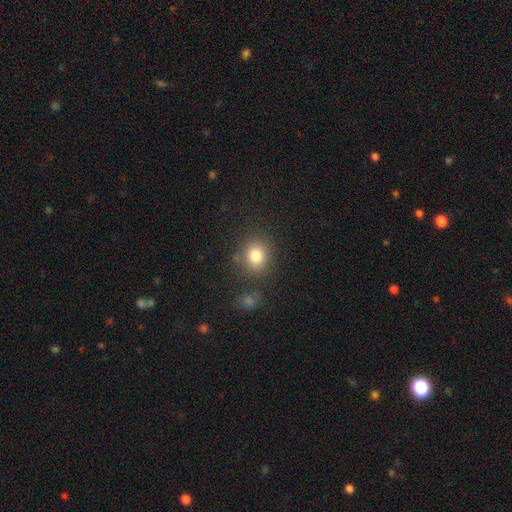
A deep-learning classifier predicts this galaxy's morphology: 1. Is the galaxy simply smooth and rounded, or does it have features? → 81% smooth, 12% star or artifact, 7% featured or disk.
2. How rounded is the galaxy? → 68% round, 31% in between, 1% cigar-shaped.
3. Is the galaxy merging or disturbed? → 77% none, 12% minor disturbance, 6% merger, 5% major disturbance.